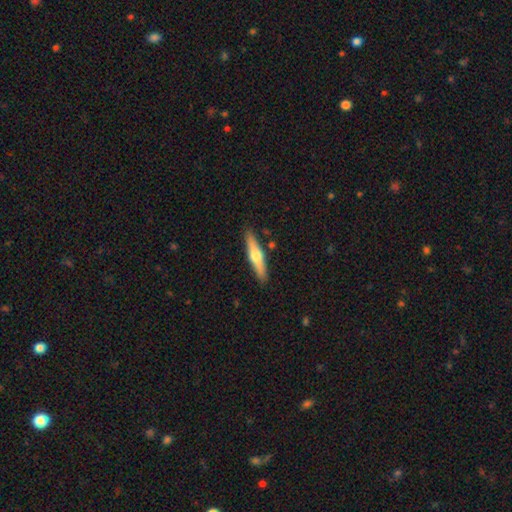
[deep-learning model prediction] A featured or disk galaxy (52%) viewed edge-on (95%).

Vote fractions:
- Smooth or featured? featured or disk: 52% / smooth: 43% / star or artifact: 5%
- Edge-on disk? yes: 95% / no: 5%
- Merging? none: 88% / minor disturbance: 8% / merger: 2% / major disturbance: 2%